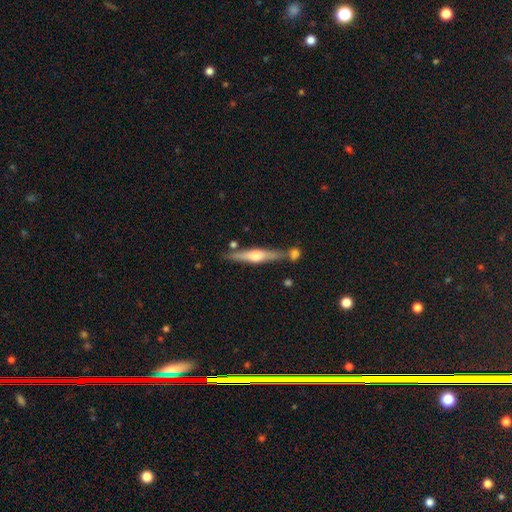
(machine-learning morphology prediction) Smooth or featured: featured or disk — 67% (smooth — 27%)
Edge-on disk: yes — 97% (no — 3%)
Edge-on bulge: rounded — 88% (boxy — 7%)
Merging: none — 73% (merger — 12%)